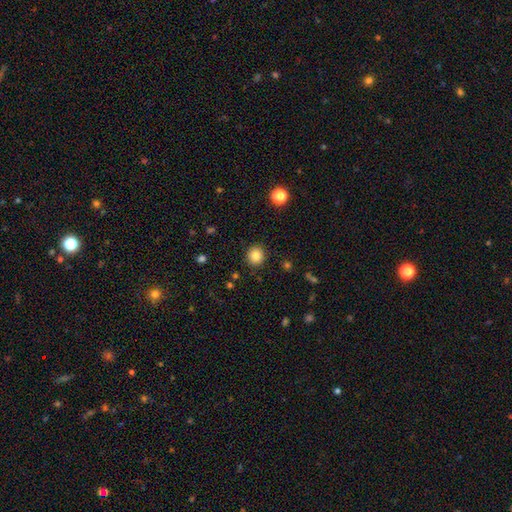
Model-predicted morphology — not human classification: smooth_or_featured: smooth (p=0.84) [alt: star or artifact p=0.11]
how_rounded: round (p=0.90) [alt: in between p=0.09]
merging: none (p=0.91) [alt: minor disturbance p=0.06]